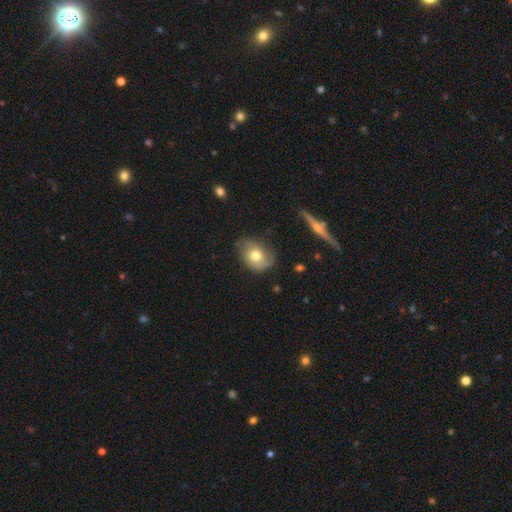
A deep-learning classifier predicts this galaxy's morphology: Smooth or featured? Predicted: smooth (p=0.47). Merging? Predicted: none (p=0.65).